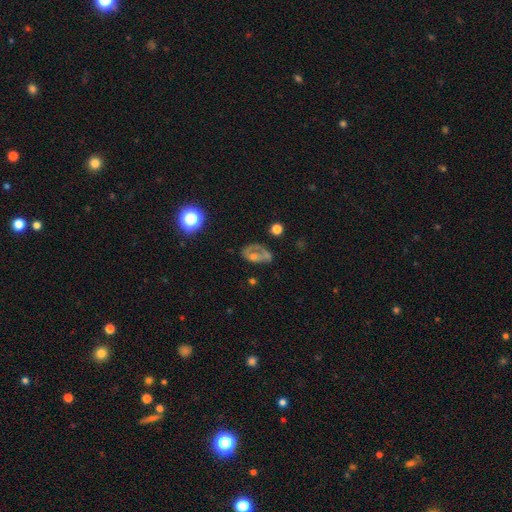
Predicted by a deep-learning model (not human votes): A featured or disk galaxy (51%).

Vote fractions:
- Smooth or featured? featured or disk: 51% / smooth: 37% / star or artifact: 12%
- Edge-on disk? no: 94% / yes: 6%
- Merging? none: 40% / major disturbance: 28% / minor disturbance: 25% / merger: 7%